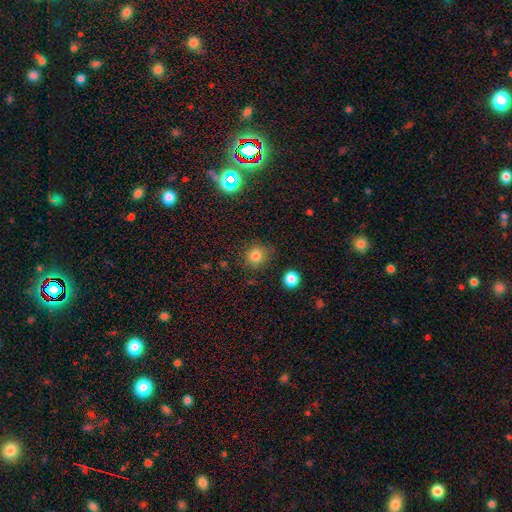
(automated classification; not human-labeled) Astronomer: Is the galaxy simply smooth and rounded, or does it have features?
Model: smooth — 80%.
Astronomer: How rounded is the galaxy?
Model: round — 83%.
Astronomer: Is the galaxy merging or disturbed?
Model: none — 81%.